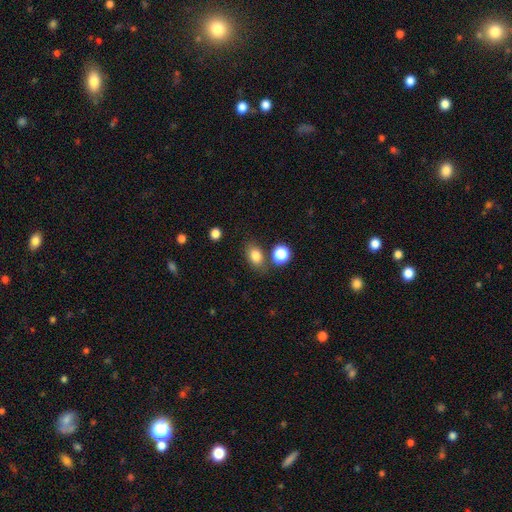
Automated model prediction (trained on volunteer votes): Overall: smooth (81%). How rounded: in between (71%). Merging: none (74%).